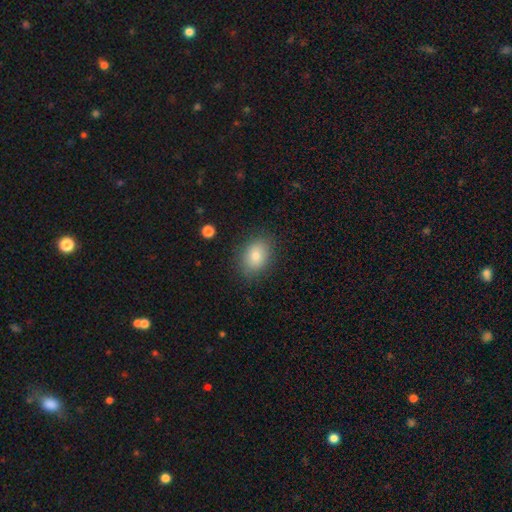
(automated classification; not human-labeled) Q: Smooth or featured?
A: smooth (81%); runner-up: featured or disk (10%)
Q: How rounded?
A: in between (72%); runner-up: round (27%)
Q: Merging?
A: none (86%); runner-up: minor disturbance (10%)